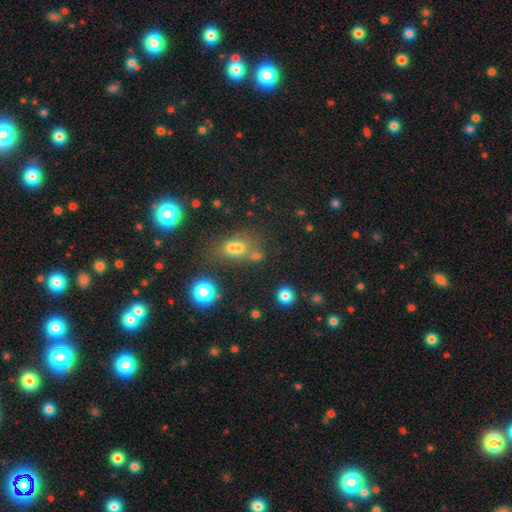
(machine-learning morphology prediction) type=smooth (60%); roundness=in between (49%); merging=none (45%).